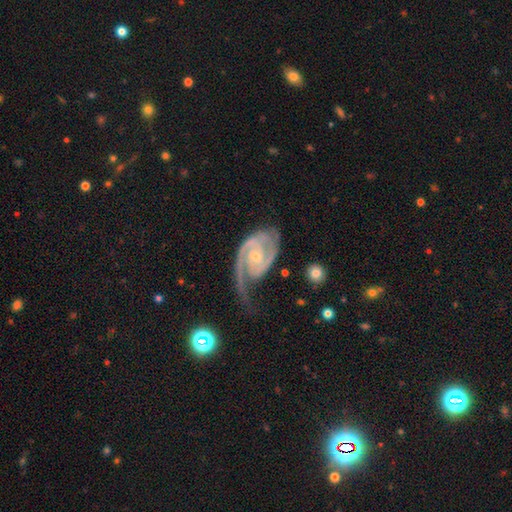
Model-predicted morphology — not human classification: smooth_or_featured: featured or disk (p=0.92) [alt: smooth p=0.04]
disk_edge_on: no (p=0.97) [alt: yes p=0.03]
bar: no (p=0.49) [alt: weak p=0.39]
has_spiral_arms: yes (p=0.98) [alt: no p=0.02]
spiral_winding: tight (p=0.50) [alt: medium p=0.41]
spiral_arm_count: 2 (p=0.75) [alt: 1 p=0.08]
bulge_size: small (p=0.65) [alt: moderate p=0.30]
merging: none (p=0.47) [alt: minor disturbance p=0.26]